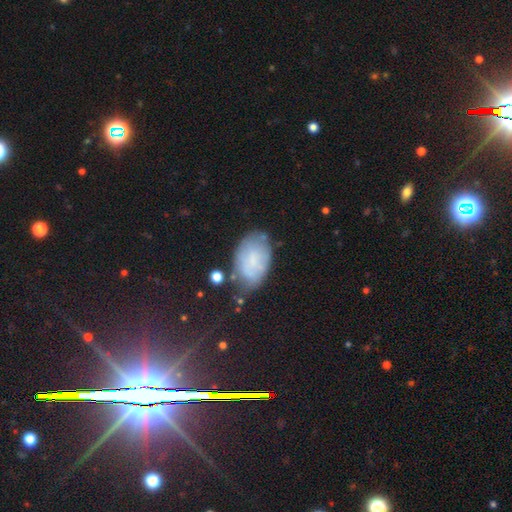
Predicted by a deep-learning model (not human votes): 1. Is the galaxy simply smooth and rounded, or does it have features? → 59% smooth, 30% featured or disk, 10% star or artifact.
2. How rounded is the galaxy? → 91% in between, 8% round, 1% cigar-shaped.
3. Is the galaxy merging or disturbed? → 56% none, 28% minor disturbance, 10% major disturbance, 6% merger.